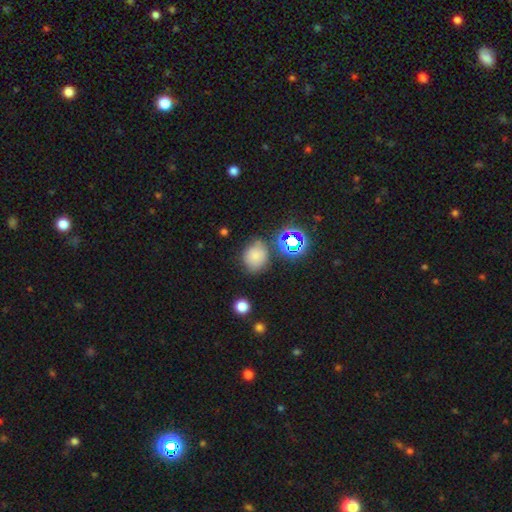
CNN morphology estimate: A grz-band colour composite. It shows a smooth galaxy with no disk features (69%) that is round (66%). Merging: none (69%).